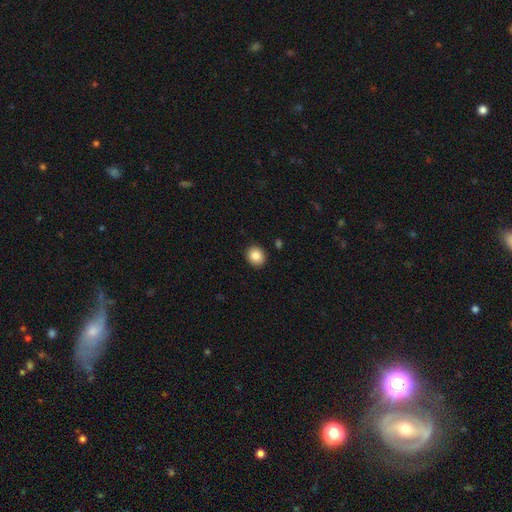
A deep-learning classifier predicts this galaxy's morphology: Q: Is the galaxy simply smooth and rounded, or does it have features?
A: smooth — 88%.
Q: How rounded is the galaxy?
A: round — 75%.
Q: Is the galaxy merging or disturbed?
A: none — 90%.